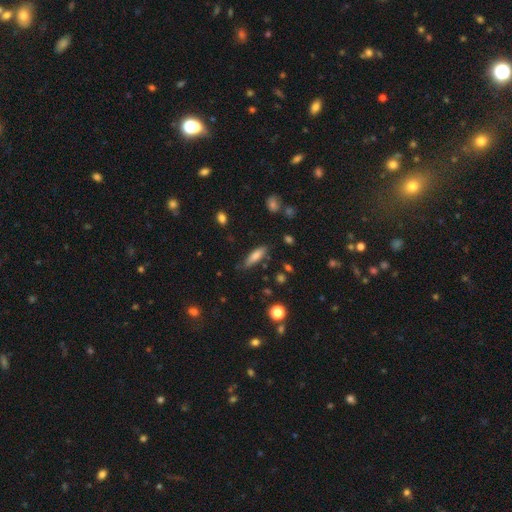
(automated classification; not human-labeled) The model was most divided on "how rounded": cigar-shaped: 60%, in between: 38%, round: 2%. More confident: merging — none (76%); smooth or featured — smooth (72%).